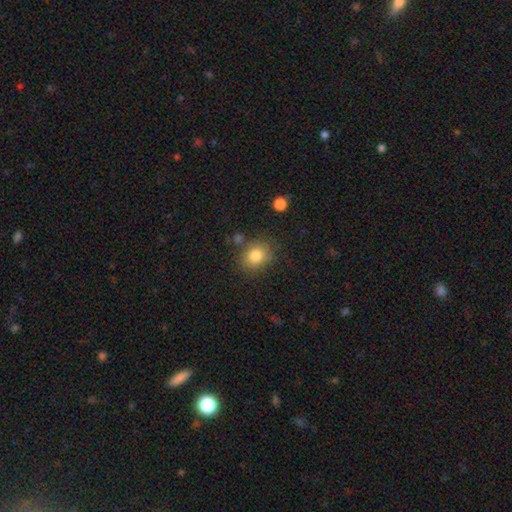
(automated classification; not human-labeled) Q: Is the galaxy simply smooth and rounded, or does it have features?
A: smooth — 83%.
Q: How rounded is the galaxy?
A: round — 57%.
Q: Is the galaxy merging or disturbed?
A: none — 75%.